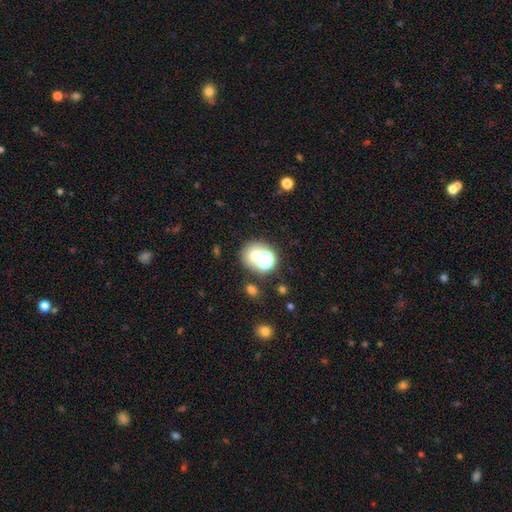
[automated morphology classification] A smooth galaxy with no disk features (57%) that is round (71%).

Vote fractions:
- Smooth or featured? smooth: 57% / star or artifact: 28% / featured or disk: 15%
- How rounded? round: 71% / in between: 28% / cigar-shaped: 1%
- Merging? none: 54% / merger: 26% / minor disturbance: 12% / major disturbance: 8%